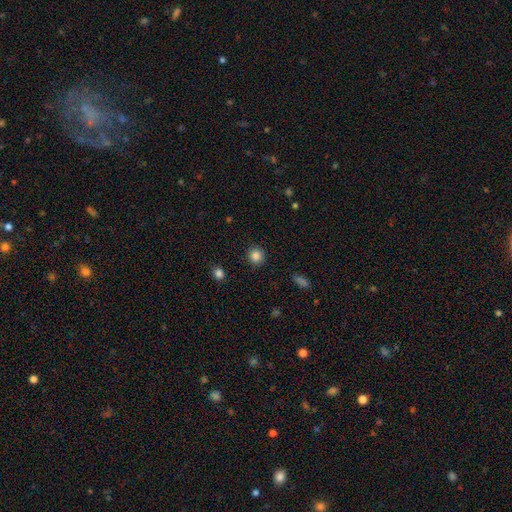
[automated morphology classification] This is clearly a smooth galaxy (85%). How rounded: clearly round (92%). Merging: clearly none (90%).